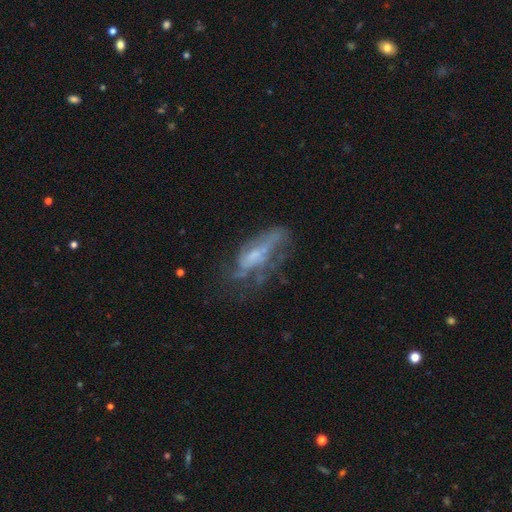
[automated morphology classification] A featured or disk galaxy (63%) with no bar (62%), spiral arms (51%) and a small central bulge (48%).

Vote fractions:
- Smooth or featured? featured or disk: 63% / smooth: 26% / star or artifact: 11%
- Edge-on disk? no: 82% / yes: 18%
- Bar? no: 62% / weak: 28% / strong: 10%
- Spiral arms? yes: 51% / no: 49%
- Bulge size? small: 48% / moderate: 24% / none: 24% / large: 3% / dominant: 1%
- Merging? none: 41% / major disturbance: 31% / minor disturbance: 23% / merger: 4%